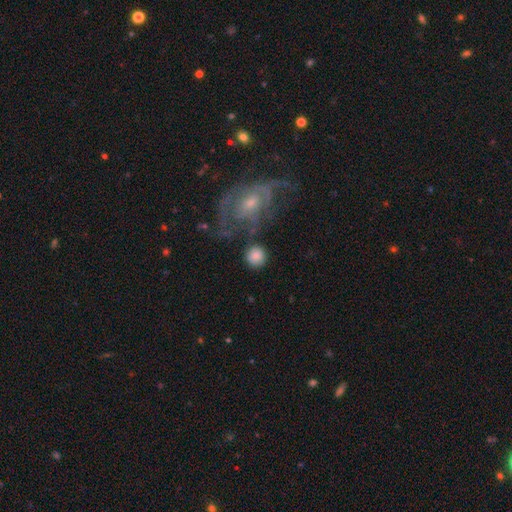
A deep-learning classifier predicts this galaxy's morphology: smooth_or_featured: smooth (p=0.80) [alt: featured or disk p=0.13]
how_rounded: round (p=0.91) [alt: in between p=0.08]
merging: none (p=0.73) [alt: minor disturbance p=0.12]